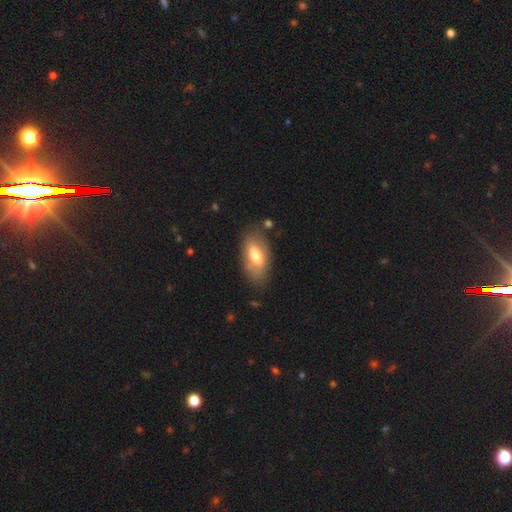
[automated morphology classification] Smooth or featured? smooth (62%)
How rounded? in between (87%)
Merging? none (76%)